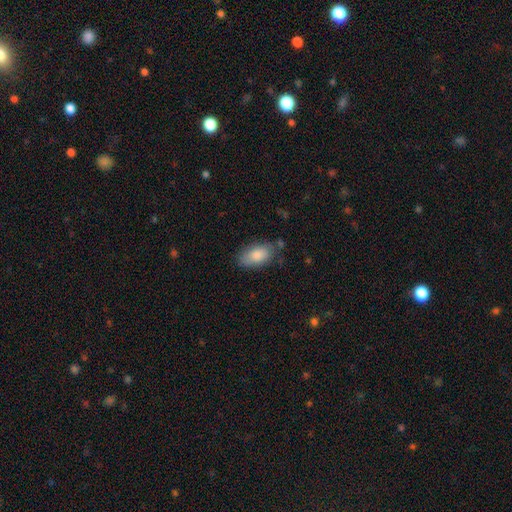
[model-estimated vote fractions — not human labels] Smooth or featured? smooth (84%)
How rounded? in between (93%)
Merging? none (73%)